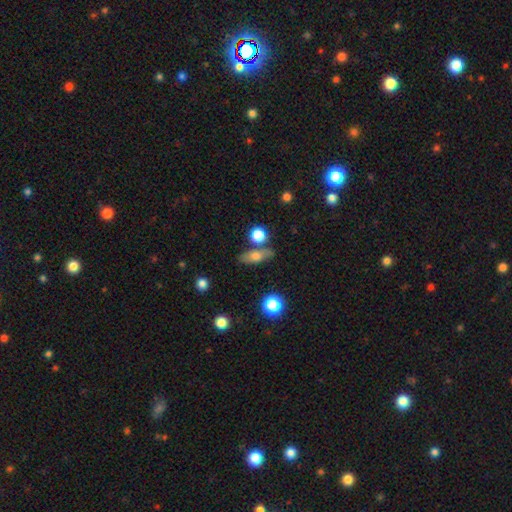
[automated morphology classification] This appears to be a smooth galaxy with no disk features (64%) that is in between round and cigar-shaped (58%). Merging: none (72%).